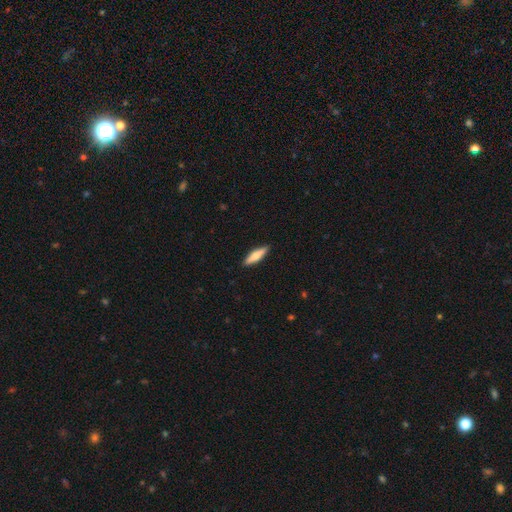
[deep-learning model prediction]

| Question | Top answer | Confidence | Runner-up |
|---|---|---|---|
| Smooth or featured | smooth | 62% | featured or disk (33%) |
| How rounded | cigar-shaped | 74% | in between (24%) |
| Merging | none | 90% | minor disturbance (7%) |